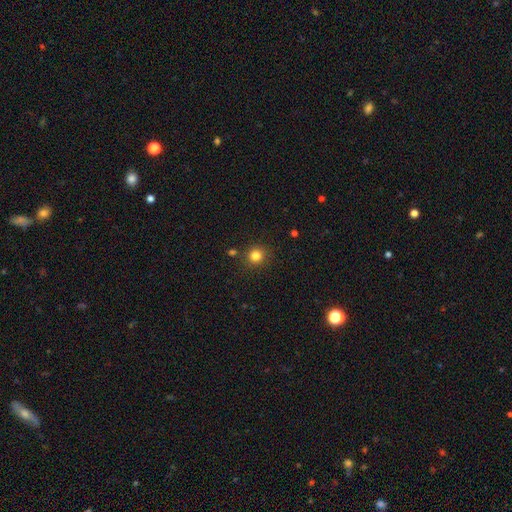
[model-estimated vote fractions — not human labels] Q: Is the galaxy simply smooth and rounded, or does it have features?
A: smooth — 82%.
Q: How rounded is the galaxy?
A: round — 89%.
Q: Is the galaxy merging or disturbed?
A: none — 86%.